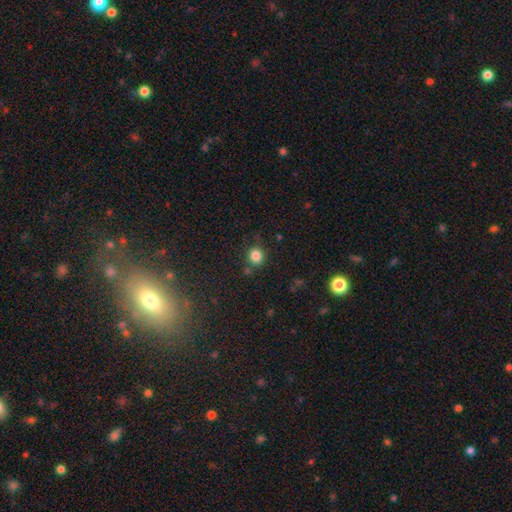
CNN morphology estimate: Q: Smooth or featured?
A: smooth (83%); runner-up: star or artifact (12%)
Q: How rounded?
A: round (85%); runner-up: in between (14%)
Q: Merging?
A: none (80%); runner-up: minor disturbance (11%)